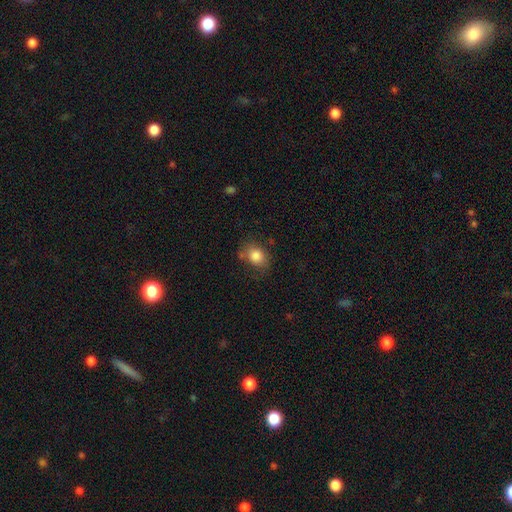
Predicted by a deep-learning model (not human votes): Smooth or featured: smooth — 82% (featured or disk — 9%)
How rounded: in between — 52% (round — 47%)
Merging: none — 65% (minor disturbance — 23%)